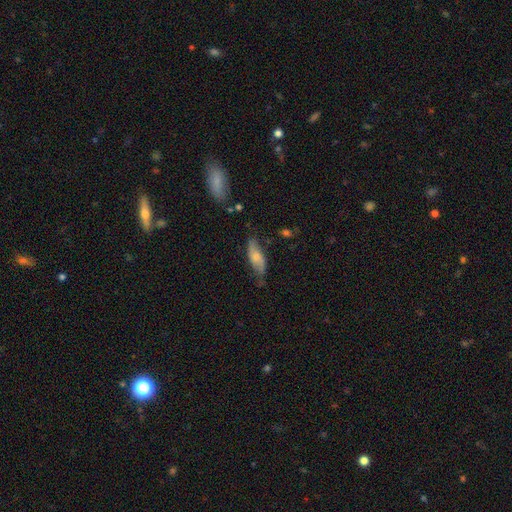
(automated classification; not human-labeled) smooth_or_featured: featured or disk (p=0.47) [alt: smooth p=0.45]
merging: none (p=0.68) [alt: minor disturbance p=0.24]